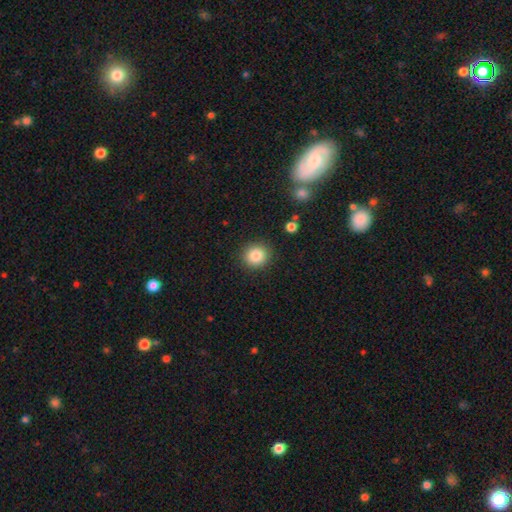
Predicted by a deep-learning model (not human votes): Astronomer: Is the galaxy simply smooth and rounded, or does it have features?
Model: smooth — 85%.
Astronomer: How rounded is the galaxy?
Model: round — 87%.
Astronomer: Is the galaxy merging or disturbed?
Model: none — 90%.